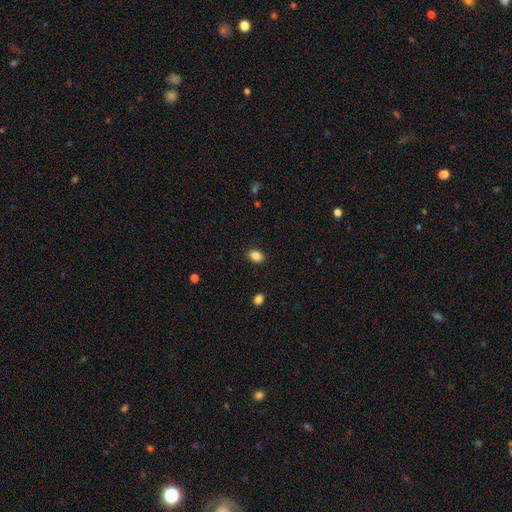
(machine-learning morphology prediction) Smooth or featured? smooth (87%)
How rounded? in between (71%)
Merging? none (89%)